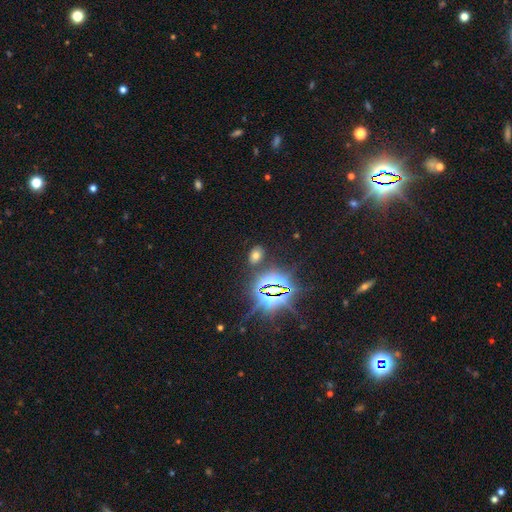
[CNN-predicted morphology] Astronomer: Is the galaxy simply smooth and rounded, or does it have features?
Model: smooth — 51% (runner-up: star or artifact, 39%).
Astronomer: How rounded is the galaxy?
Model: in between — 82%.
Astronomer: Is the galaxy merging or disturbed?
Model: none — 84%.